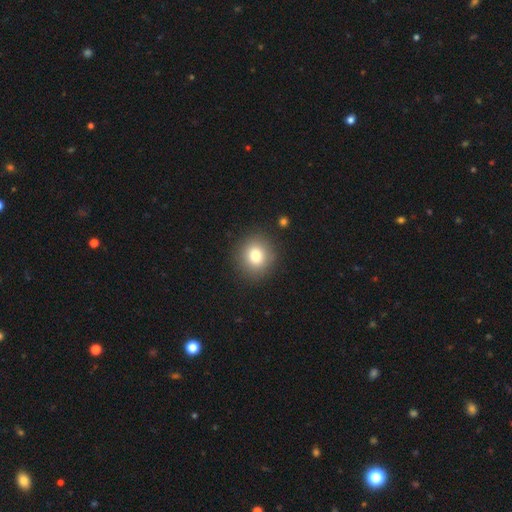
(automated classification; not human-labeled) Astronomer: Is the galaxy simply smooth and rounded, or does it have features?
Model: smooth — 80%.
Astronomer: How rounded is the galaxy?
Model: round — 85%.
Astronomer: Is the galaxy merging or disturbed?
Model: none — 89%.